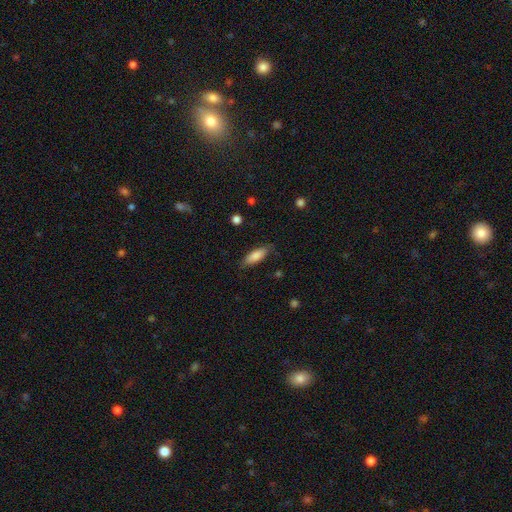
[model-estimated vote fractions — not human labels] smooth 83%, featured or disk 11%, star or artifact 6%. Down the decision tree: how rounded — in between (62%); merging — none (82%).